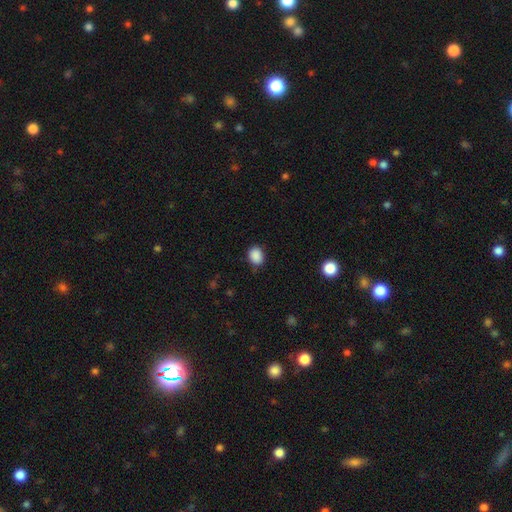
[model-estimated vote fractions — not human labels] Q: Smooth or featured?
A: smooth (88%); runner-up: star or artifact (9%)
Q: How rounded?
A: in between (55%); runner-up: round (44%)
Q: Merging?
A: none (80%); runner-up: minor disturbance (15%)